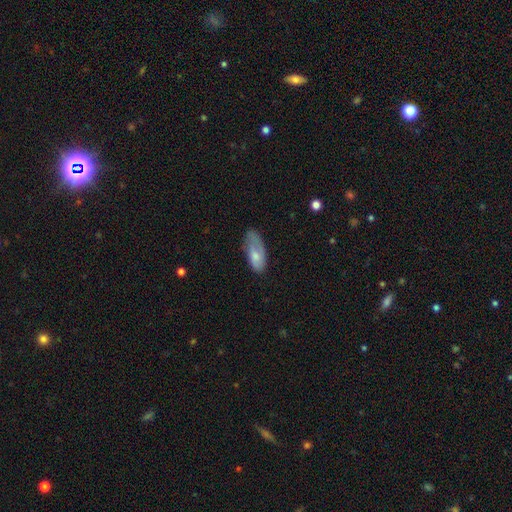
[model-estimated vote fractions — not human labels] Overall: smooth (72%). How rounded: in between (80%). Merging: none (44%; minor disturbance 36%).